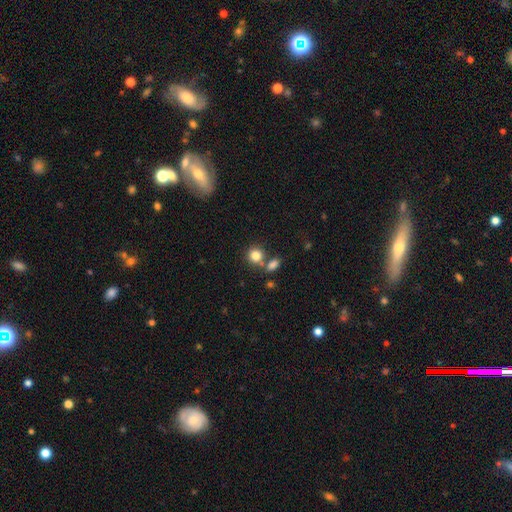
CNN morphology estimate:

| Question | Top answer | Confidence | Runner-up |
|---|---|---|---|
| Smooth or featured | smooth | 82% | star or artifact (11%) |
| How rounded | round | 82% | in between (17%) |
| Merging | none | 62% | merger (24%) |